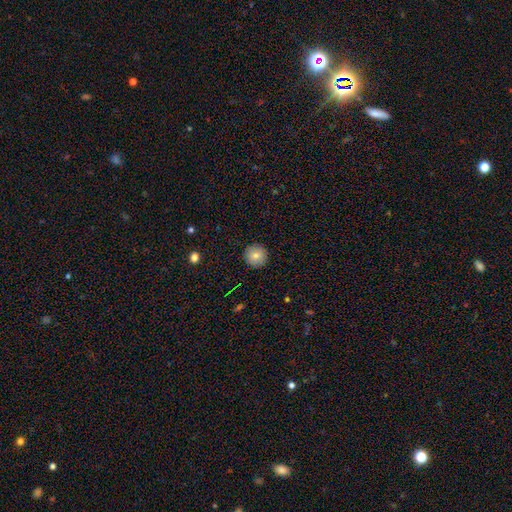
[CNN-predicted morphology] smooth-or-featured: smooth: 81% | featured or disk: 10% | star or artifact: 9%
  how-rounded: round: 96% | in between: 3% | cigar-shaped: 1%
  merging: none: 92% | minor disturbance: 5% | major disturbance: 2% | merger: 1%